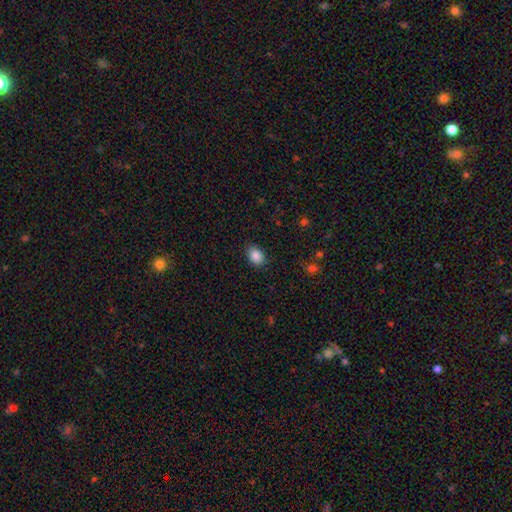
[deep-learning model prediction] A smooth galaxy with no disk features (87%) that is in between round and cigar-shaped (72%). Merging: none (86%).